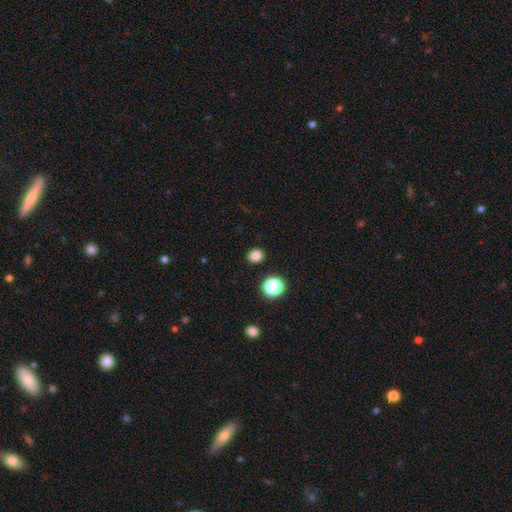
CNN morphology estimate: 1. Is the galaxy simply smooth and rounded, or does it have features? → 82% smooth, 14% star or artifact, 4% featured or disk.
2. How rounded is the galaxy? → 71% round, 28% in between, 1% cigar-shaped.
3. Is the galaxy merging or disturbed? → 90% none, 6% minor disturbance, 2% major disturbance, 2% merger.